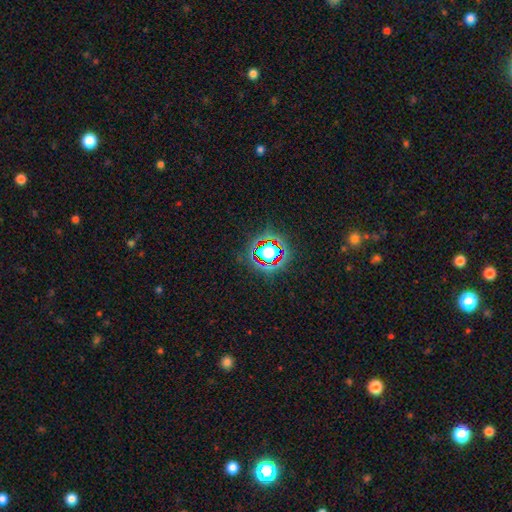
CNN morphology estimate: Smooth or featured? star or artifact (78%)